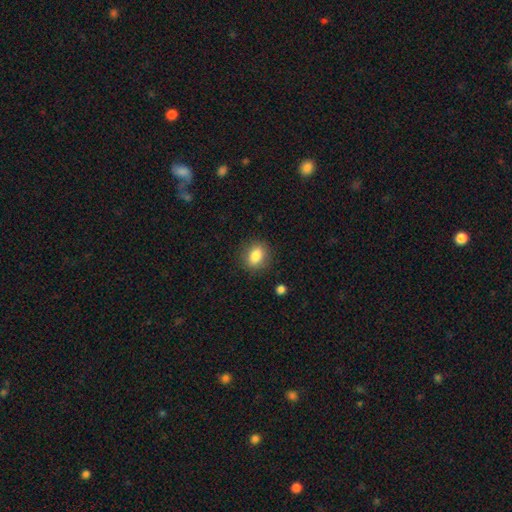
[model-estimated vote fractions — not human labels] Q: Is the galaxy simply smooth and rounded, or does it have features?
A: smooth — 85%.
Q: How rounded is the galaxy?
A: in between — 60%.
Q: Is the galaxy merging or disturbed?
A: none — 86%.